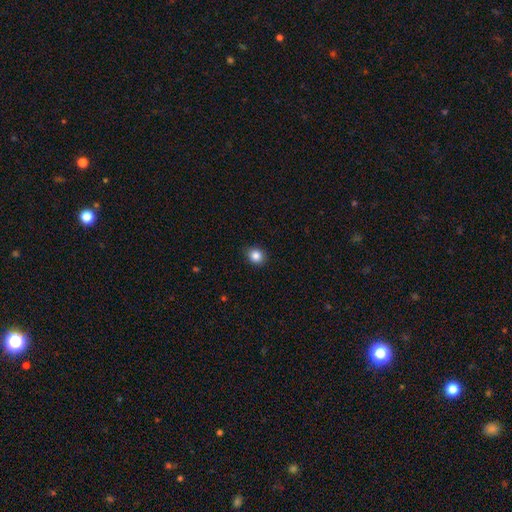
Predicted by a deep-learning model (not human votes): smooth_or_featured: smooth (p=0.85) [alt: star or artifact p=0.10]
how_rounded: round (p=0.71) [alt: in between p=0.29]
merging: none (p=0.88) [alt: minor disturbance p=0.09]